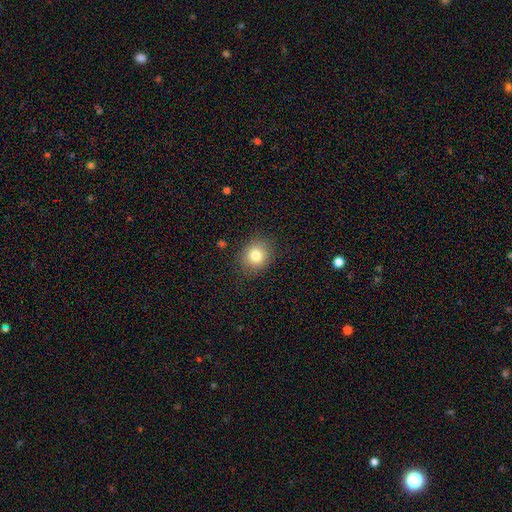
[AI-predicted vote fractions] Smooth or featured? Predicted: smooth (p=0.81). How rounded? Predicted: round (p=0.73). Merging? Predicted: none (p=0.87).